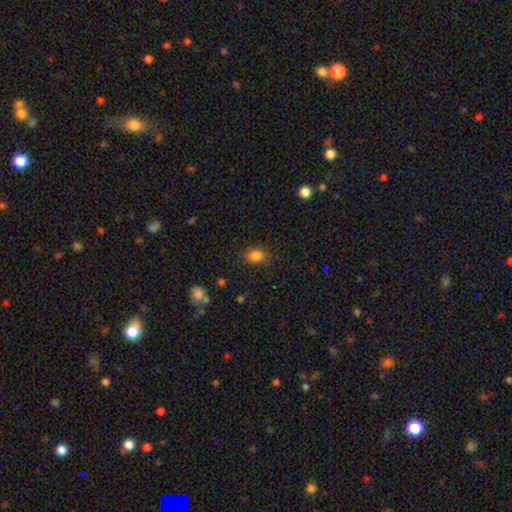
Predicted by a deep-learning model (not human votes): smooth 84%, star or artifact 11%, featured or disk 5%. Down the decision tree: how rounded — in between (59%); merging — none (83%).